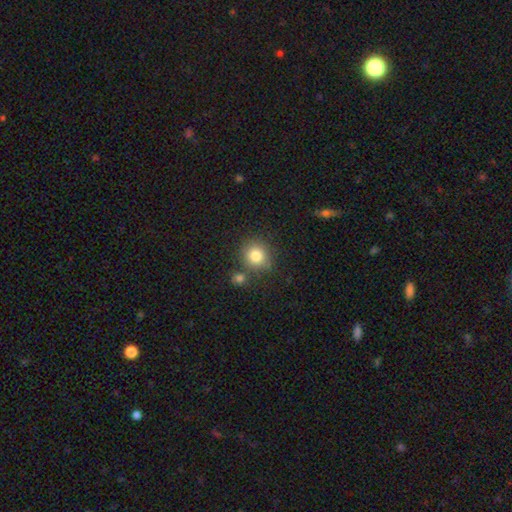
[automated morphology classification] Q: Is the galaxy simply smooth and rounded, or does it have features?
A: smooth — 82%.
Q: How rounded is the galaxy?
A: round — 85%.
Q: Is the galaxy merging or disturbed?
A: none — 70%.